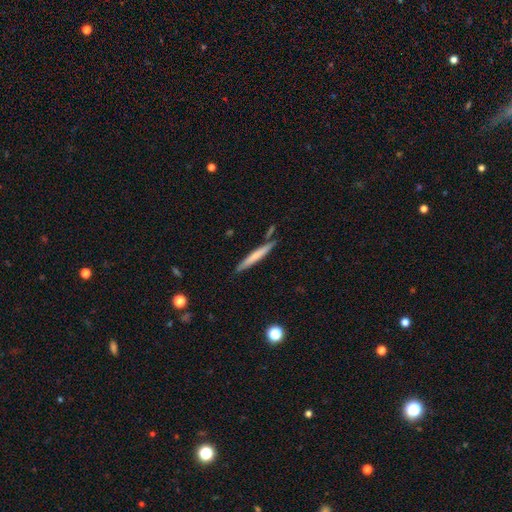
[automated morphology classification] type=smooth (60%); roundness=cigar-shaped (96%); merging=none (82%).